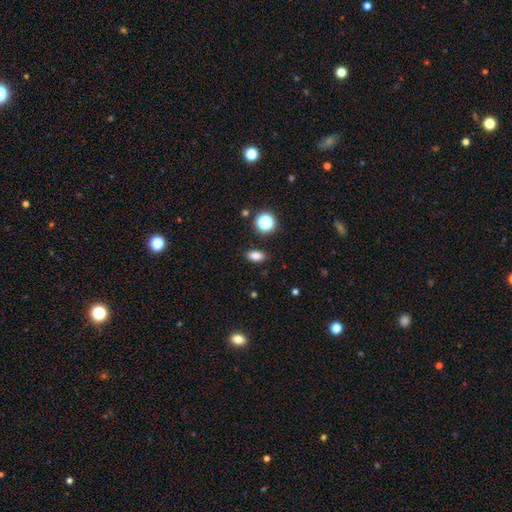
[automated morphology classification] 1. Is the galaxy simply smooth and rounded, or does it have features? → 82% smooth, 13% star or artifact, 4% featured or disk.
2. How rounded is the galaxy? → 83% in between, 14% round, 3% cigar-shaped.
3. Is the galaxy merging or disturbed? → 88% none, 8% minor disturbance, 2% major disturbance, 2% merger.